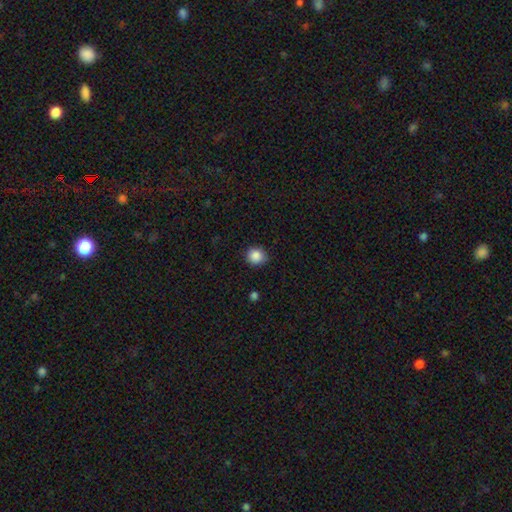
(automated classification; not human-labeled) A smooth galaxy with no disk features (87%) that is round (84%).

Vote fractions:
- Smooth or featured? smooth: 87% / star or artifact: 9% / featured or disk: 4%
- How rounded? round: 84% / in between: 15% / cigar-shaped: 1%
- Merging? none: 83% / minor disturbance: 14% / major disturbance: 2% / merger: 1%